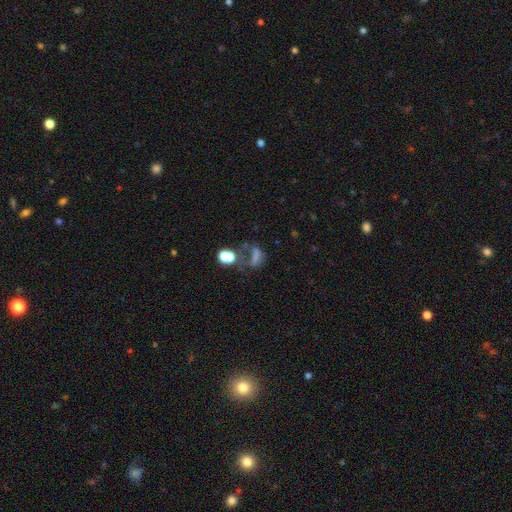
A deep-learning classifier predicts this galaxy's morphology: This appears to be a smooth galaxy with no disk features (37%). Merging: major disturbance (33%).